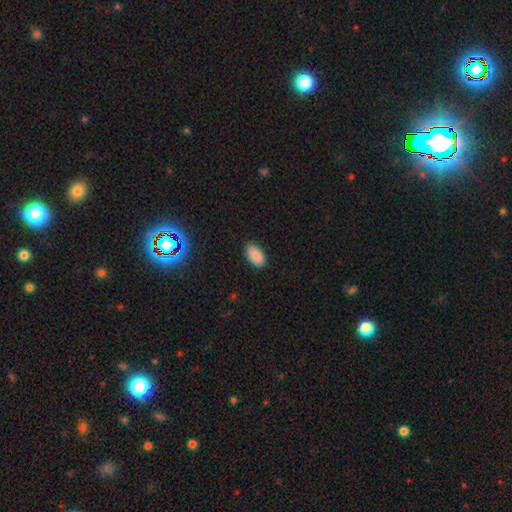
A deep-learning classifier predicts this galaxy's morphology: Smooth or featured? Predicted: smooth (p=0.88). How rounded? Predicted: in between (p=0.94). Merging? Predicted: none (p=0.85).